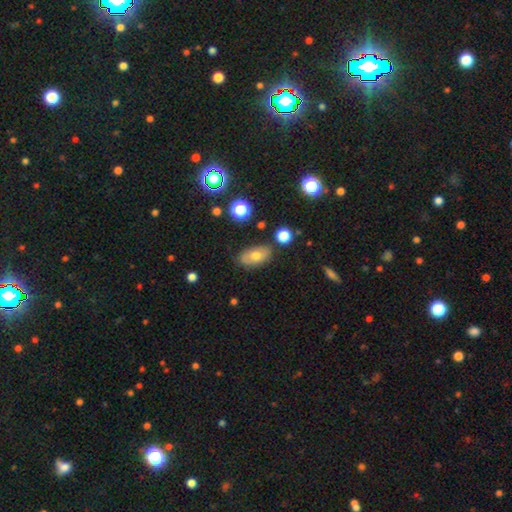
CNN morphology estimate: smooth_or_featured: smooth (p=0.66) [alt: featured or disk p=0.24]
how_rounded: in between (p=0.88) [alt: round p=0.08]
merging: none (p=0.77) [alt: minor disturbance p=0.16]